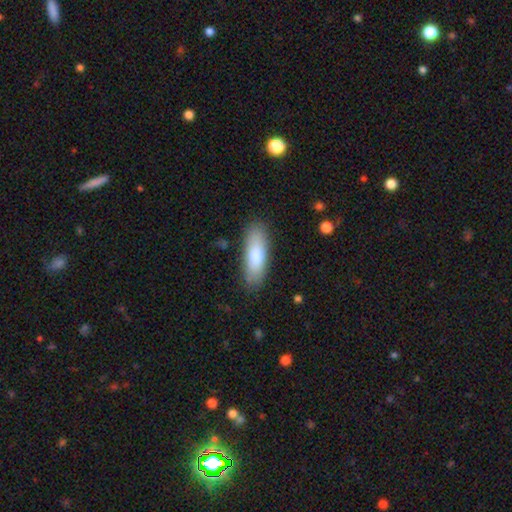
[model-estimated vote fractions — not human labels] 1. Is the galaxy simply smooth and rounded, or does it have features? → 78% smooth, 16% featured or disk, 6% star or artifact.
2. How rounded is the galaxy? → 57% in between, 41% cigar-shaped, 2% round.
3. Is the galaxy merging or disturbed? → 85% none, 11% minor disturbance, 3% major disturbance, 1% merger.